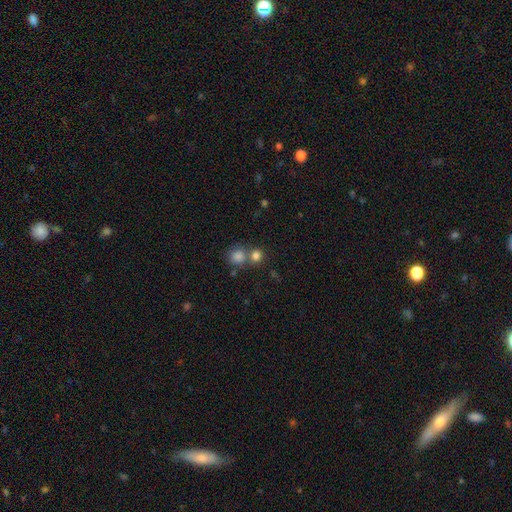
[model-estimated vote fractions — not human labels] This appears to be a smooth galaxy with no disk features (80%) that is round (84%). Merging: none (54%).